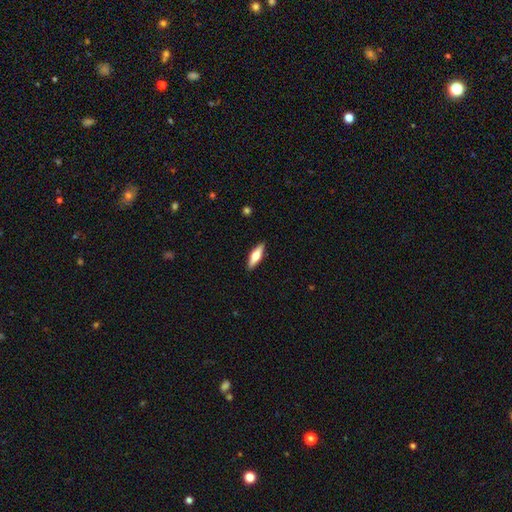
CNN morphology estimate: Smooth or featured?
  - smooth: 54% *
  - featured or disk: 41%
  - star or artifact: 6%
How rounded?
  - cigar-shaped: 57% *
  - in between: 41%
  - round: 2%
Merging?
  - none: 90% *
  - minor disturbance: 8%
  - major disturbance: 2%
  - merger: 1%